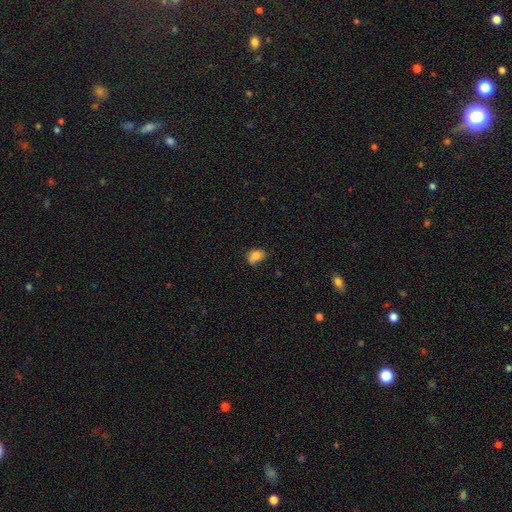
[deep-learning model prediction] A smooth galaxy with no disk features (81%) that is in between round and cigar-shaped (73%). Merging: none (56%).